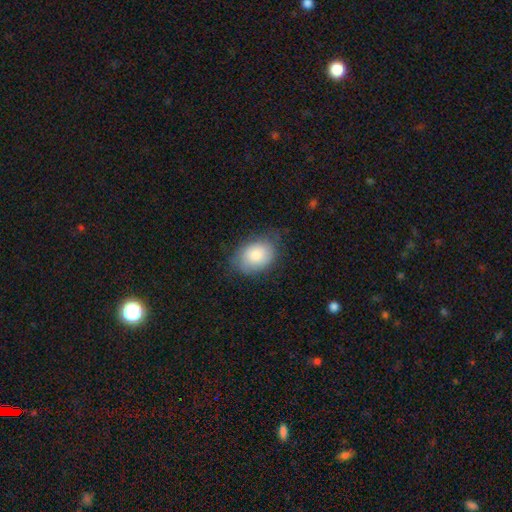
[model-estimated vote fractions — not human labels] A smooth galaxy with no disk features (81%) that is in between round and cigar-shaped (73%).

Vote fractions:
- Smooth or featured? smooth: 81% / featured or disk: 11% / star or artifact: 8%
- How rounded? in between: 73% / round: 26% / cigar-shaped: 1%
- Merging? none: 71% / minor disturbance: 23% / major disturbance: 5% / merger: 1%